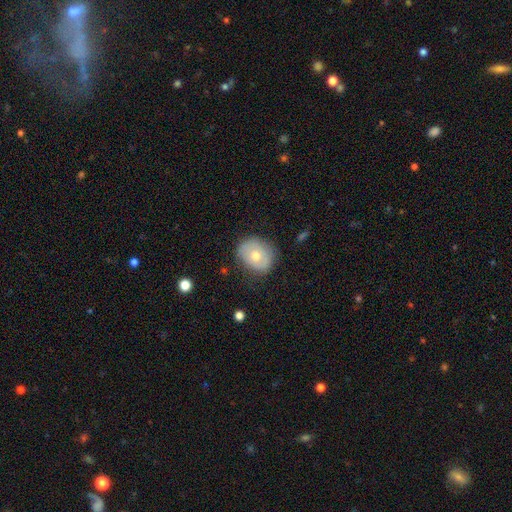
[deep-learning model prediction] The model was most divided on "how rounded": round: 58%, in between: 42%, cigar-shaped: 1%. More confident: merging — none (75%); smooth or featured — smooth (58%).